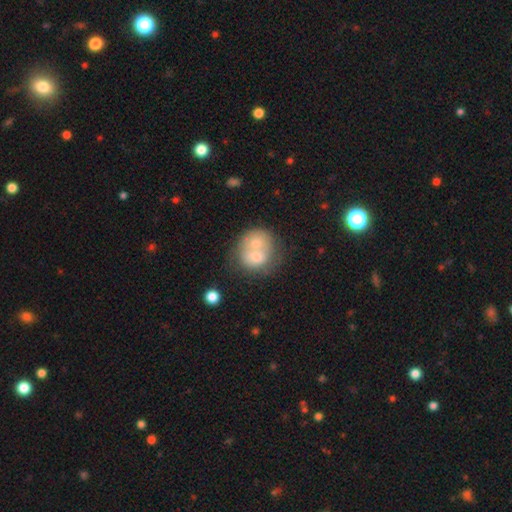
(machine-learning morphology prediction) Smooth or featured? smooth (62%)
How rounded? round (70%)
Merging? merger (70%)